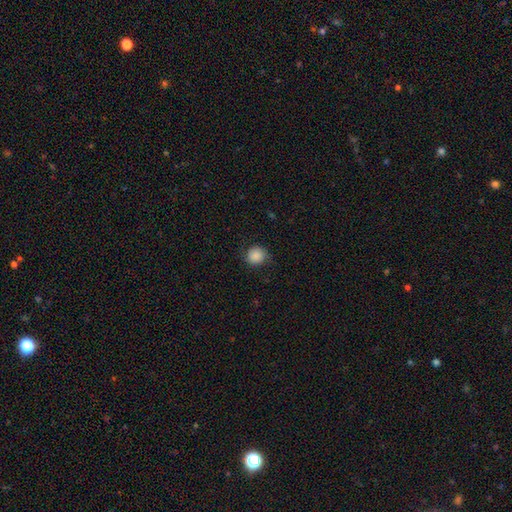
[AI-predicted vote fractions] Smooth or featured? Predicted: smooth (p=0.84). How rounded? Predicted: round (p=0.88). Merging? Predicted: none (p=0.79).